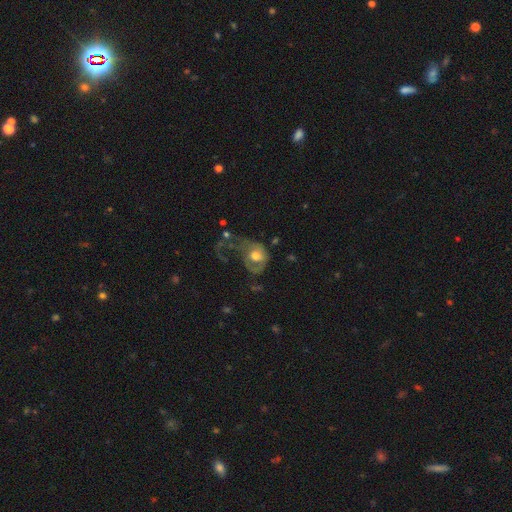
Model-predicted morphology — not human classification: This appears to be a featured or disk galaxy (48%). Merging: major disturbance (61%).